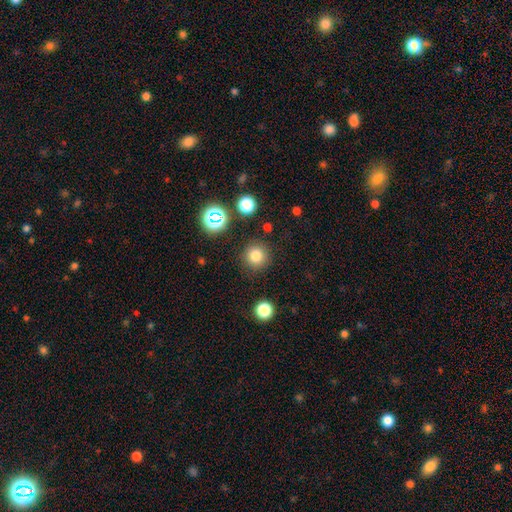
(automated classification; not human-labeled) This is likely a smooth galaxy (79%). How rounded: clearly round (95%). Merging: clearly none (87%).